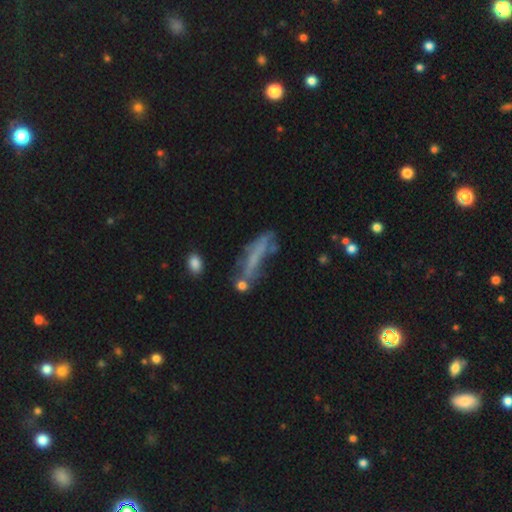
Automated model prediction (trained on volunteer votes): Smooth or featured?
  - smooth: 44% *
  - featured or disk: 42%
  - star or artifact: 14%
Merging?
  - none: 46% *
  - minor disturbance: 24%
  - major disturbance: 18%
  - merger: 12%